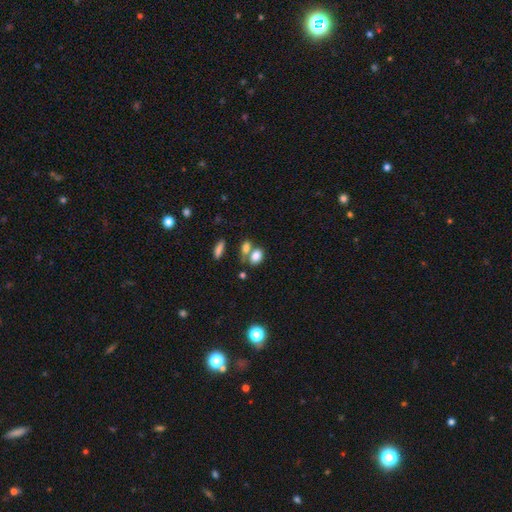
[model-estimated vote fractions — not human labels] Smooth or featured? smooth (80%)
How rounded? in between (75%)
Merging? merger (44%)